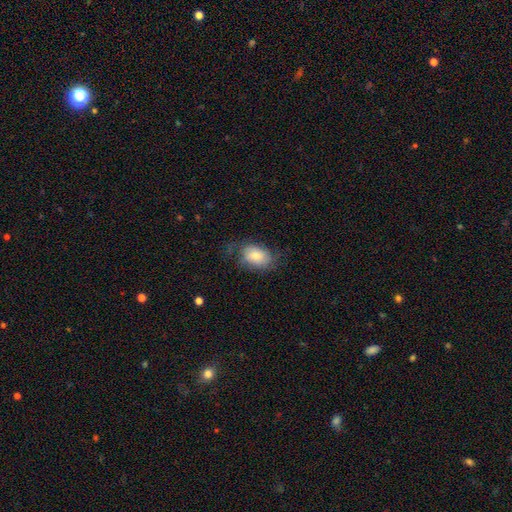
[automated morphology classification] smooth_or_featured: smooth (p=0.65) [alt: featured or disk p=0.27]
how_rounded: in between (p=0.82) [alt: round p=0.16]
merging: none (p=0.55) [alt: minor disturbance p=0.26]